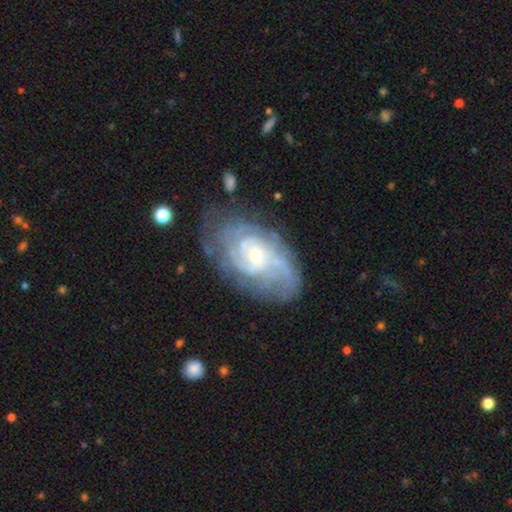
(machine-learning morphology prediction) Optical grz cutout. It shows a featured or disk galaxy (84%) with no bar (70%), tight (59%) spiral arms (94%) and a small central bulge (72%). Merging: none (64%).